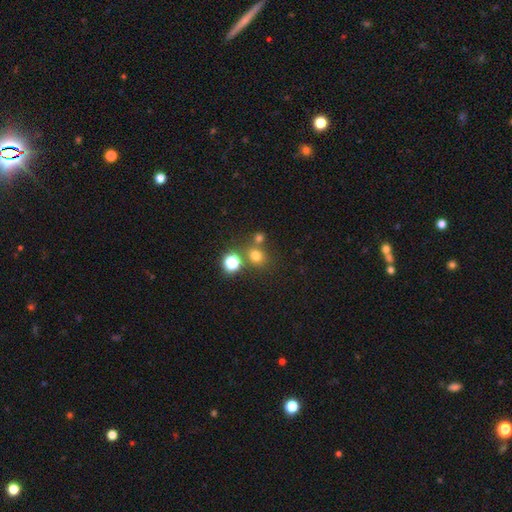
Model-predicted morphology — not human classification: A smooth galaxy with no disk features (70%) that is round (77%).

Vote fractions:
- Smooth or featured? smooth: 70% / star or artifact: 22% / featured or disk: 7%
- How rounded? round: 77% / in between: 22% / cigar-shaped: 1%
- Merging? none: 67% / merger: 20% / minor disturbance: 9% / major disturbance: 4%